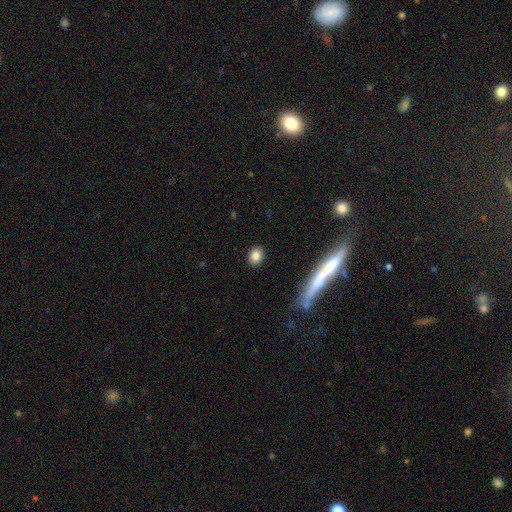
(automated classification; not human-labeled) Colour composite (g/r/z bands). It shows a smooth galaxy with no disk features (84%) that is round (54%). Merging: none (89%).